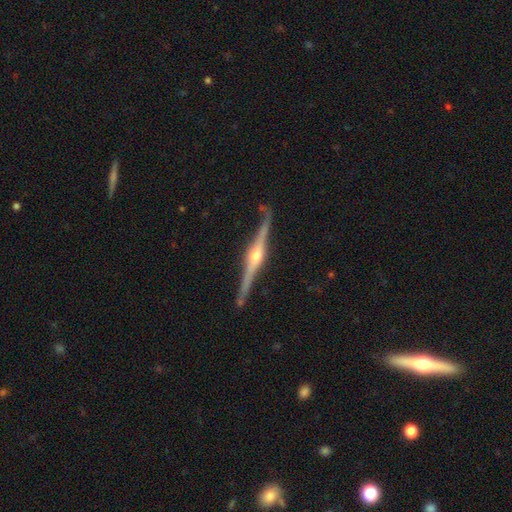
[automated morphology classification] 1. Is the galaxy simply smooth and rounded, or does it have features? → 90% featured or disk, 6% smooth, 4% star or artifact.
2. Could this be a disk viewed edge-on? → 98% yes, 2% no.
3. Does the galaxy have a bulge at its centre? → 91% rounded, 6% boxy, 3% none.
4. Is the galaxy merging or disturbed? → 83% none, 12% minor disturbance, 2% major disturbance, 2% merger.